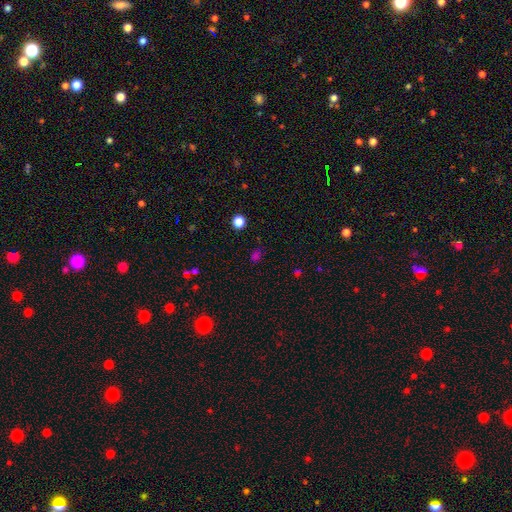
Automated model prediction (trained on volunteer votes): A smooth galaxy with no disk features (63%) that is round (62%).

Vote fractions:
- Smooth or featured? smooth: 63% / star or artifact: 32% / featured or disk: 5%
- How rounded? round: 62% / in between: 36% / cigar-shaped: 2%
- Merging? none: 81% / minor disturbance: 11% / major disturbance: 5% / merger: 2%